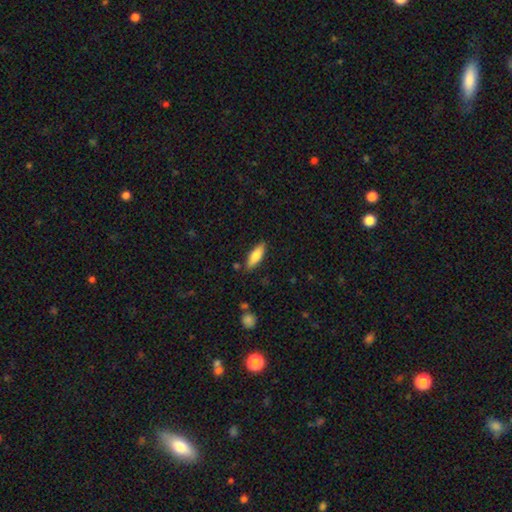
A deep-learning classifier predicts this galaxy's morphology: smooth 75%, featured or disk 19%, star or artifact 6%. Down the decision tree: how rounded — in between (55%); merging — none (84%).